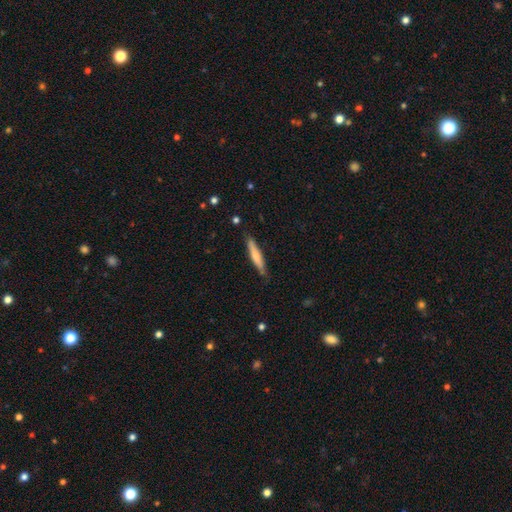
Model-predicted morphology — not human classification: The model was most divided on "smooth or featured": smooth: 59%, featured or disk: 35%, star or artifact: 6%. More confident: how rounded — cigar-shaped (90%); merging — none (82%).